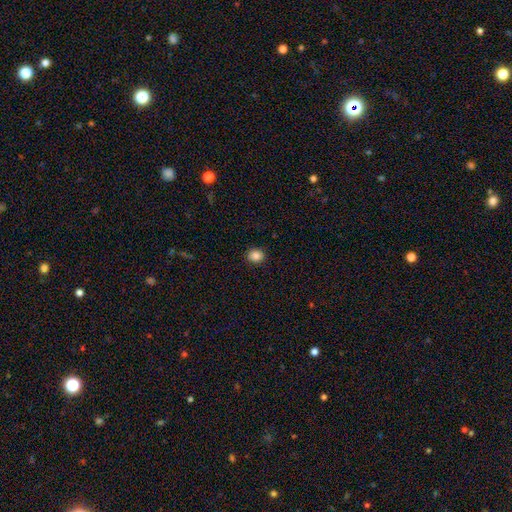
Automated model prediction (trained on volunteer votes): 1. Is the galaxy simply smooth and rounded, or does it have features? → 86% smooth, 10% star or artifact, 4% featured or disk.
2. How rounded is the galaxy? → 71% round, 28% in between, 1% cigar-shaped.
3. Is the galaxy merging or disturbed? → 91% none, 7% minor disturbance, 2% major disturbance, 1% merger.